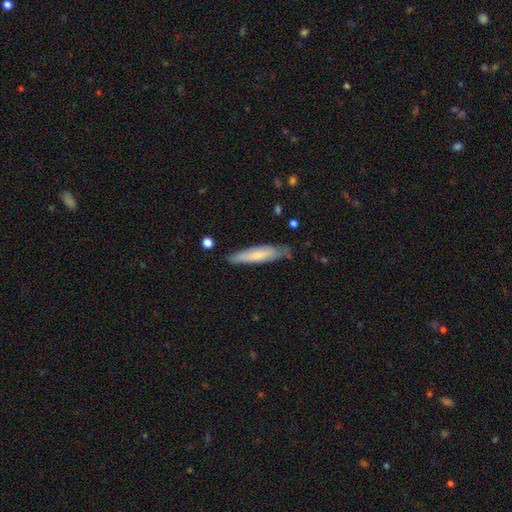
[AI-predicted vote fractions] Q: Smooth or featured?
A: smooth (63%); runner-up: featured or disk (31%)
Q: How rounded?
A: cigar-shaped (82%); runner-up: in between (17%)
Q: Merging?
A: none (69%); runner-up: minor disturbance (24%)